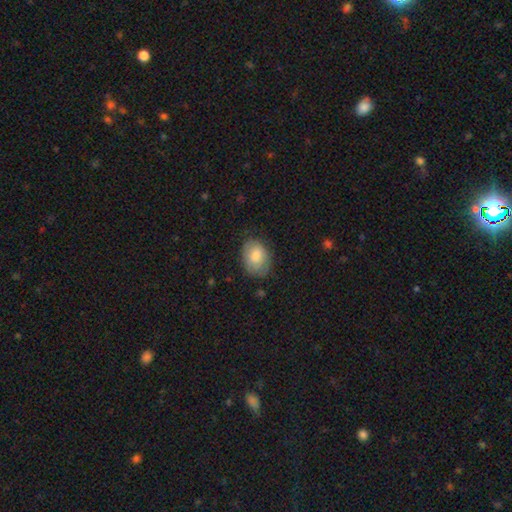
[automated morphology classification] Q: Smooth or featured?
A: smooth (77%); runner-up: featured or disk (16%)
Q: How rounded?
A: in between (74%); runner-up: round (25%)
Q: Merging?
A: none (72%); runner-up: minor disturbance (22%)